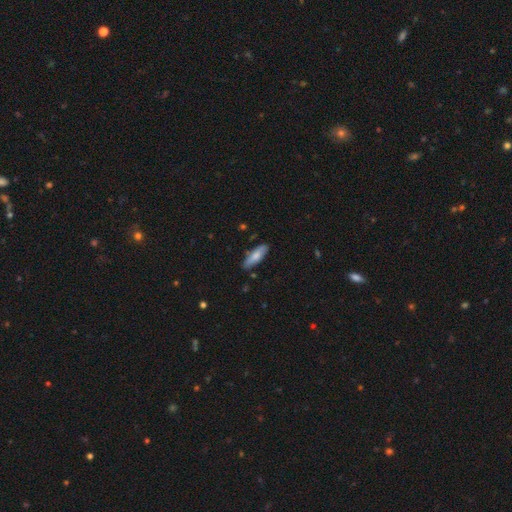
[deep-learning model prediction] Smooth or featured?
  - smooth: 73% *
  - featured or disk: 21%
  - star or artifact: 6%
How rounded?
  - cigar-shaped: 50% *
  - in between: 48%
  - round: 2%
Merging?
  - none: 80% *
  - minor disturbance: 15%
  - major disturbance: 2%
  - merger: 2%